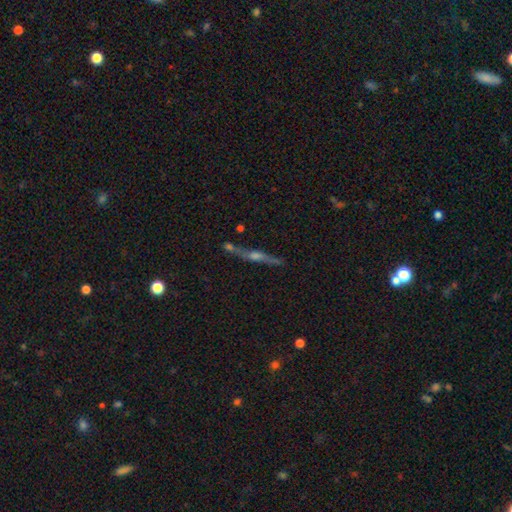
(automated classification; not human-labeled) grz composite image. It shows a featured or disk galaxy (75%) viewed edge-on (96%) with a rounded central bulge (84%). Merging: none (78%).